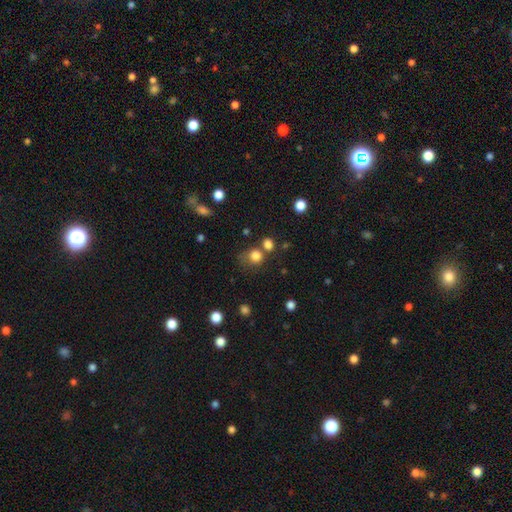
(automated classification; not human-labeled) A smooth galaxy with no disk features (80%) that is round (83%).

Vote fractions:
- Smooth or featured? smooth: 80% / star or artifact: 14% / featured or disk: 6%
- How rounded? round: 83% / in between: 16% / cigar-shaped: 1%
- Merging? none: 58% / merger: 21% / minor disturbance: 14% / major disturbance: 7%